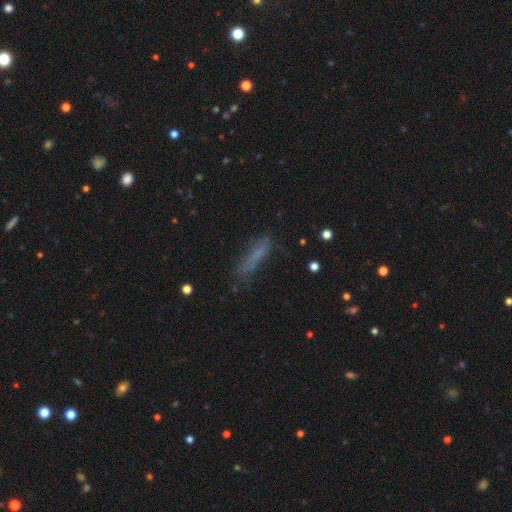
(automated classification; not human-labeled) Q: Smooth or featured?
A: smooth (64%); runner-up: featured or disk (21%)
Q: How rounded?
A: cigar-shaped (77%); runner-up: in between (21%)
Q: Merging?
A: none (63%); runner-up: minor disturbance (23%)